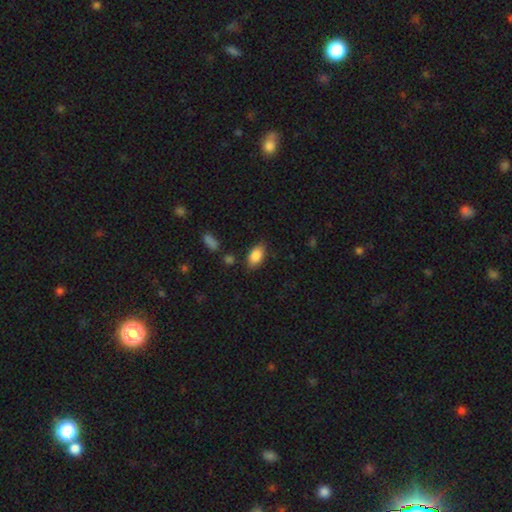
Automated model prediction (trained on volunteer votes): Smooth or featured: smooth — 87% (star or artifact — 7%)
How rounded: in between — 91% (round — 6%)
Merging: none — 80% (minor disturbance — 14%)